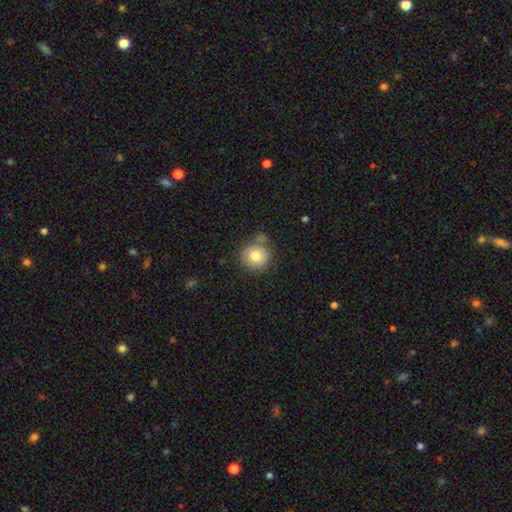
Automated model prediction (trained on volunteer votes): smooth_or_featured: smooth (p=0.80) [alt: featured or disk p=0.11]
how_rounded: round (p=0.90) [alt: in between p=0.09]
merging: none (p=0.67) [alt: minor disturbance p=0.16]